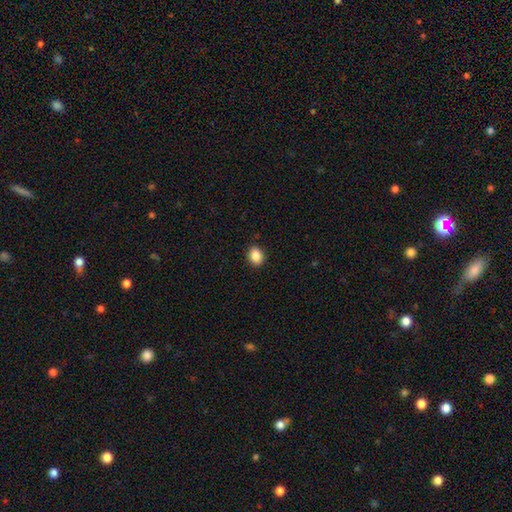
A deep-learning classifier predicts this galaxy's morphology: This appears to be a smooth galaxy with no disk features (87%) that is in between round and cigar-shaped (59%). Merging: none (90%).